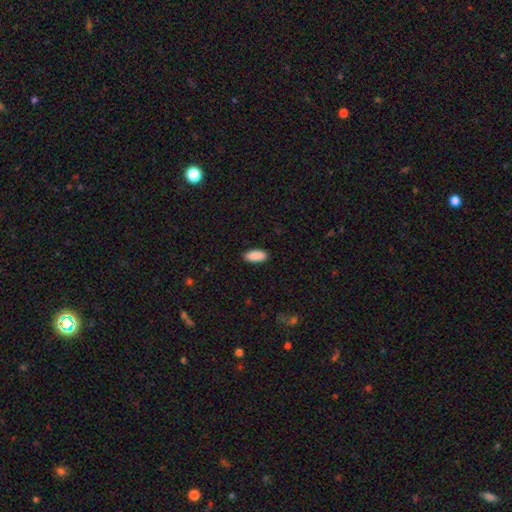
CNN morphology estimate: type=smooth (91%); roundness=in between (85%); merging=none (89%).